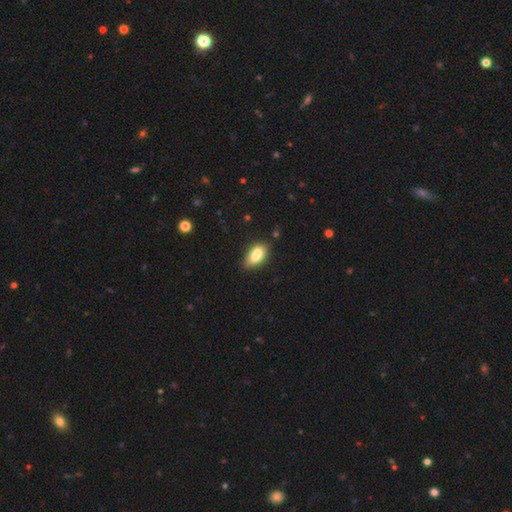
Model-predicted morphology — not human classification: Q: Smooth or featured?
A: smooth (81%); runner-up: featured or disk (11%)
Q: How rounded?
A: in between (91%); runner-up: round (5%)
Q: Merging?
A: none (63%); runner-up: minor disturbance (27%)